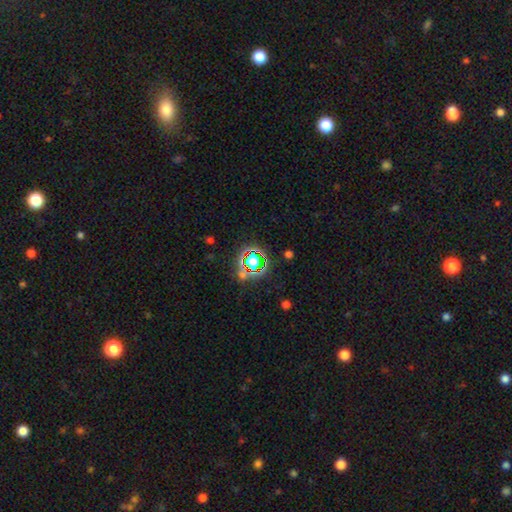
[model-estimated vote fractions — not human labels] Morphology: type=star or artifact (74%).